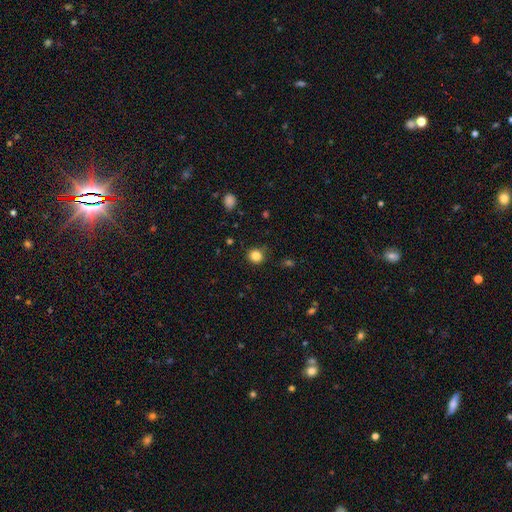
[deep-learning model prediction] Smooth or featured: smooth — 84% (star or artifact — 12%)
How rounded: round — 90% (in between — 9%)
Merging: none — 86% (minor disturbance — 10%)